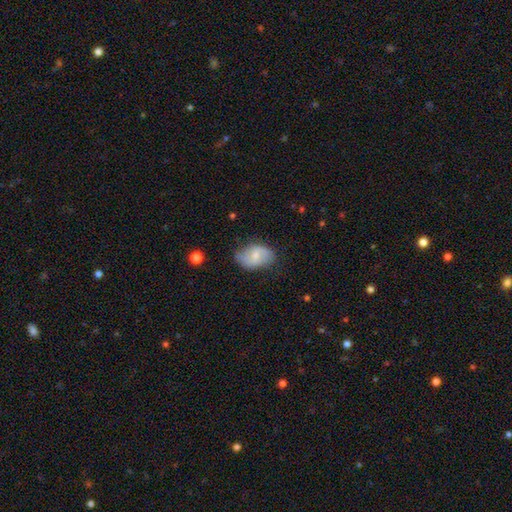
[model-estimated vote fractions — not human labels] This is possibly a smooth galaxy (53%). How rounded: clearly in between (86%). Merging: likely none (65%).